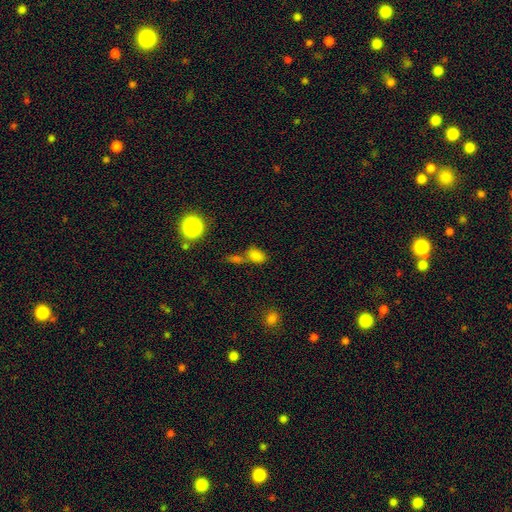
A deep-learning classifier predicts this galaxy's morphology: A smooth galaxy with no disk features (77%) that is in between round and cigar-shaped (85%). Merging: none (44%).